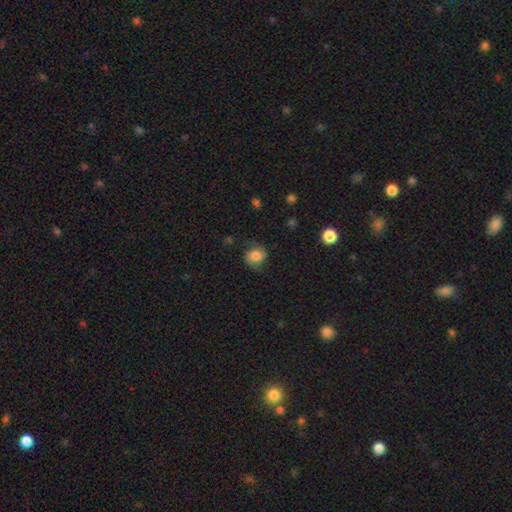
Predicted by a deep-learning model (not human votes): A smooth galaxy with no disk features (69%) that is round (76%). Merging: none (68%).